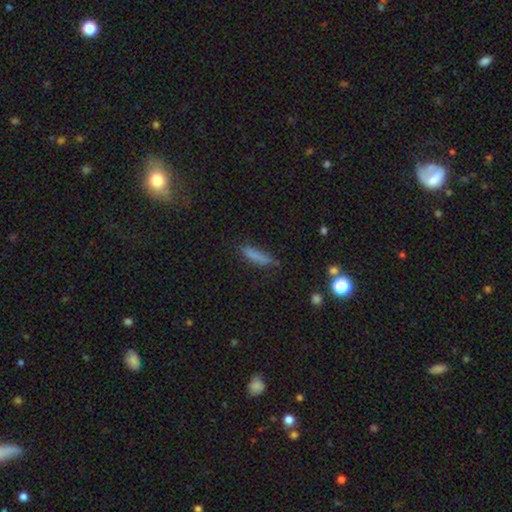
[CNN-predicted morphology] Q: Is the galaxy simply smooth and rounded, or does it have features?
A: smooth — 78%.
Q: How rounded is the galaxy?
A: cigar-shaped — 78%.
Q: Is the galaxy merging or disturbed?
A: none — 72%.